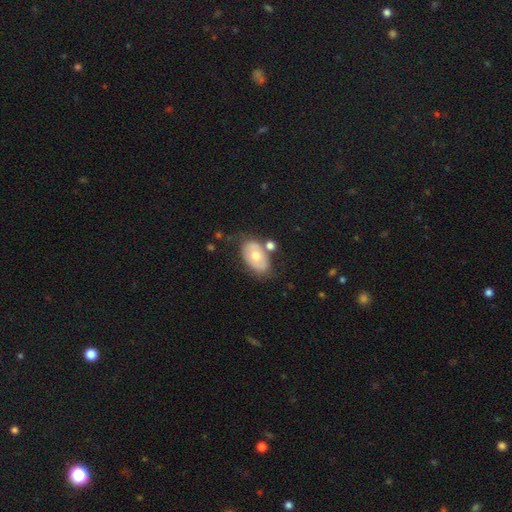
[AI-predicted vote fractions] Q: Smooth or featured?
A: smooth (51%); runner-up: featured or disk (42%)
Q: How rounded?
A: in between (88%); runner-up: round (10%)
Q: Merging?
A: none (63%); runner-up: minor disturbance (18%)